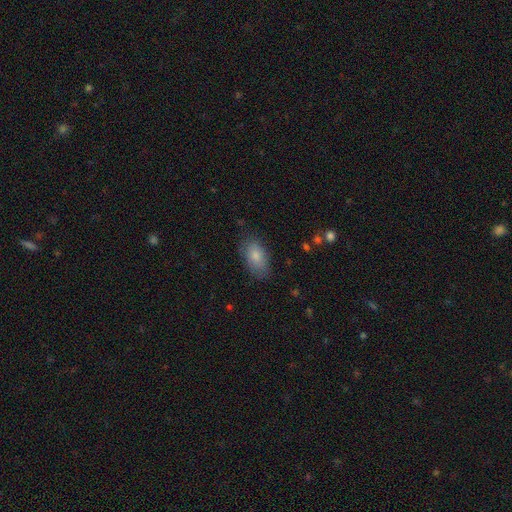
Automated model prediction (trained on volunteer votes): Smooth or featured? Predicted: smooth (p=0.83). How rounded? Predicted: in between (p=0.92). Merging? Predicted: none (p=0.77).